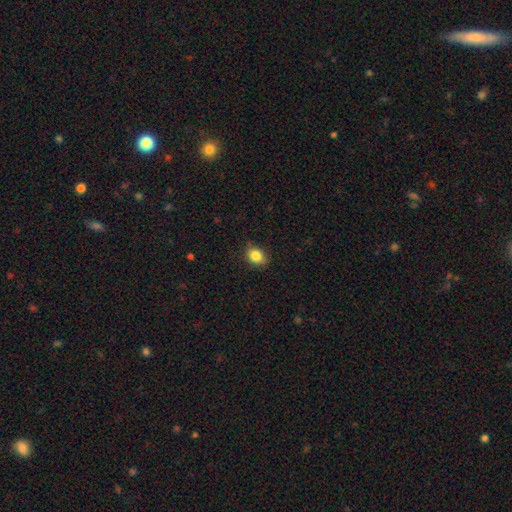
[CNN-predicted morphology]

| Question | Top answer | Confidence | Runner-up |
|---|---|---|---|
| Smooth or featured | smooth | 85% | star or artifact (10%) |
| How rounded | in between | 55% | round (44%) |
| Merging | none | 79% | minor disturbance (17%) |